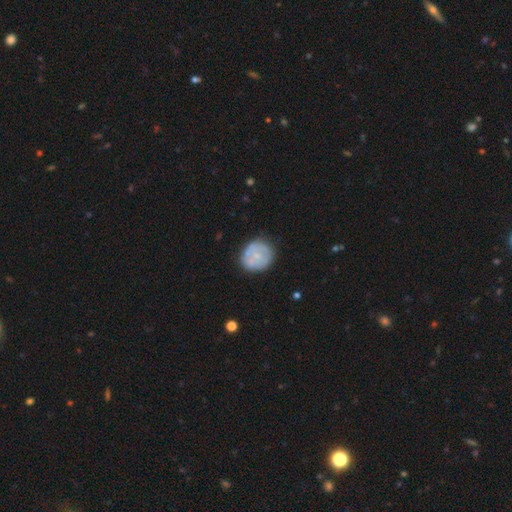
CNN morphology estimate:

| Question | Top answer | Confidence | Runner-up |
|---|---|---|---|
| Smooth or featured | smooth | 53% | featured or disk (40%) |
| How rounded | round | 85% | in between (14%) |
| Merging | none | 70% | minor disturbance (19%) |